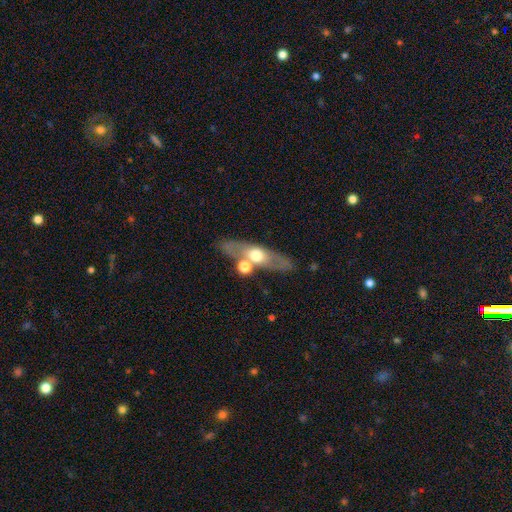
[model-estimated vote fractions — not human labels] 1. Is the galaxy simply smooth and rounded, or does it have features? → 55% featured or disk, 38% smooth, 7% star or artifact.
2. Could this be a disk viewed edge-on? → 59% yes, 41% no.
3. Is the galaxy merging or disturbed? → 67% none, 17% merger, 11% minor disturbance, 4% major disturbance.